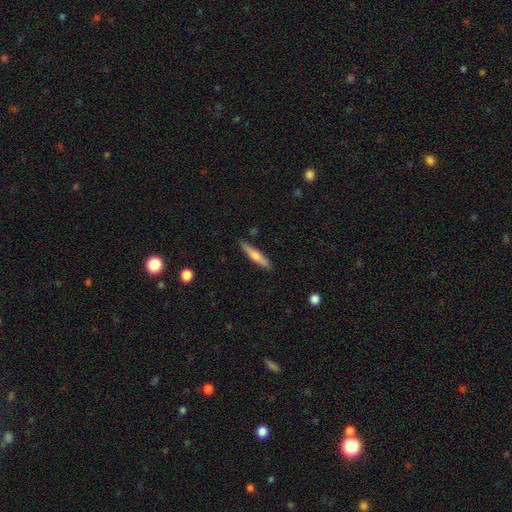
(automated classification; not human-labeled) This appears to be a smooth galaxy with no disk features (62%) that is cigar-shaped (88%). Merging: none (86%).